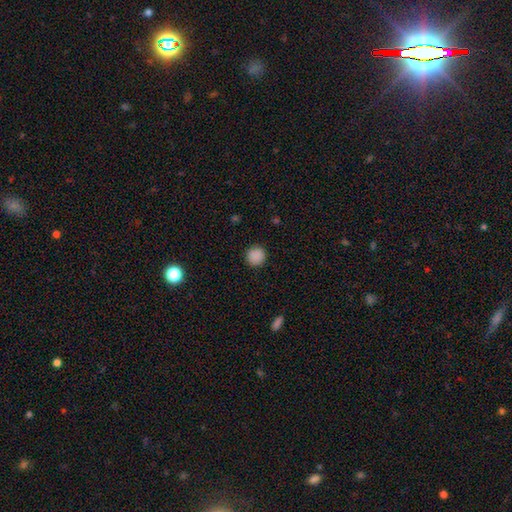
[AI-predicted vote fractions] Q: Smooth or featured?
A: smooth (88%); runner-up: star or artifact (9%)
Q: How rounded?
A: round (93%); runner-up: in between (6%)
Q: Merging?
A: none (91%); runner-up: minor disturbance (6%)